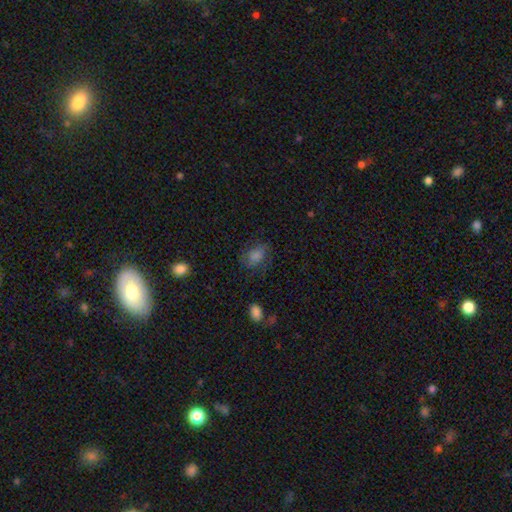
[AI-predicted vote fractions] A smooth galaxy with no disk features (59%) that is in between round and cigar-shaped (73%). Merging: none (68%).